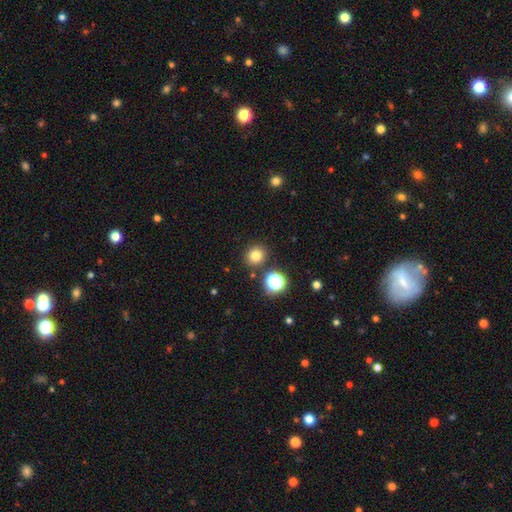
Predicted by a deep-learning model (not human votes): smooth 78%, star or artifact 16%, featured or disk 6%. Down the decision tree: how rounded — round (84%); merging — none (86%).